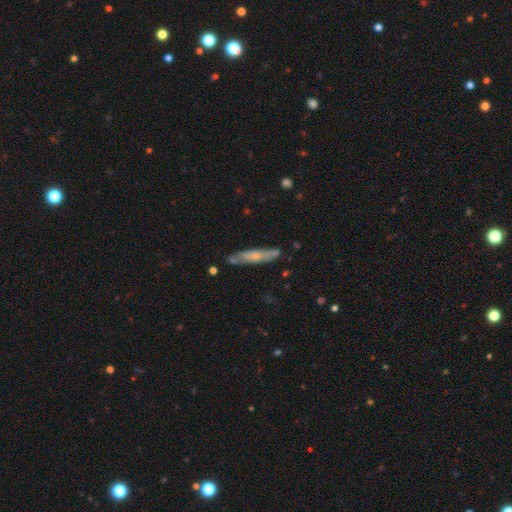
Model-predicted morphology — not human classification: smooth-or-featured: featured or disk: 54% | smooth: 40% | star or artifact: 6%
  disk-edge-on: yes: 66% | no: 34%
  merging: none: 75% | minor disturbance: 17% | merger: 4% | major disturbance: 4%